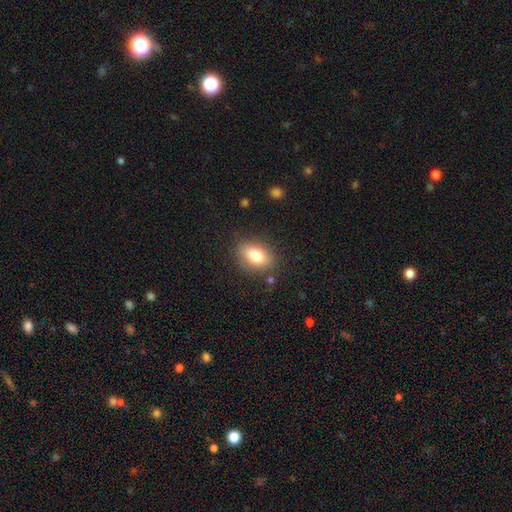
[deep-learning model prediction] The model was most divided on "smooth or featured": smooth: 79%, featured or disk: 13%, star or artifact: 8%. More confident: merging — none (83%); how rounded — in between (82%).